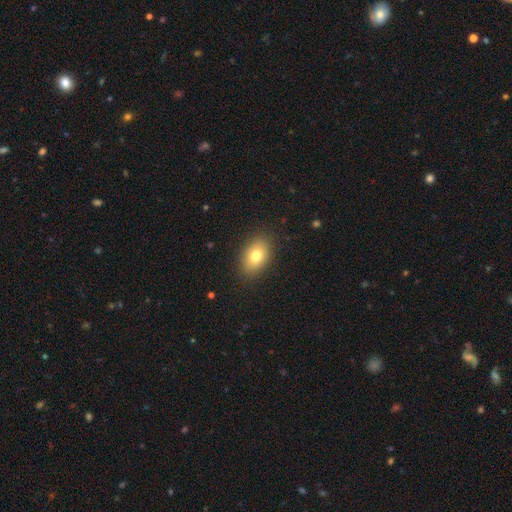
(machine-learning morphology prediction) A smooth galaxy with no disk features (77%) that is in between round and cigar-shaped (83%).

Vote fractions:
- Smooth or featured? smooth: 77% / featured or disk: 14% / star or artifact: 9%
- How rounded? in between: 83% / round: 16% / cigar-shaped: 1%
- Merging? none: 87% / minor disturbance: 9% / major disturbance: 3% / merger: 1%